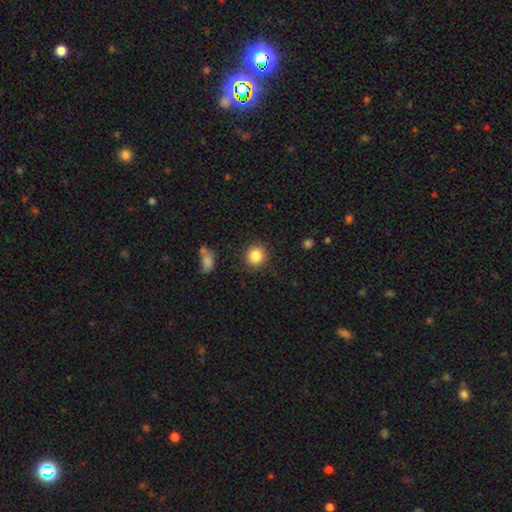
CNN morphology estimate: smooth 85%, star or artifact 10%, featured or disk 5%. Down the decision tree: how rounded — round (92%); merging — none (89%).